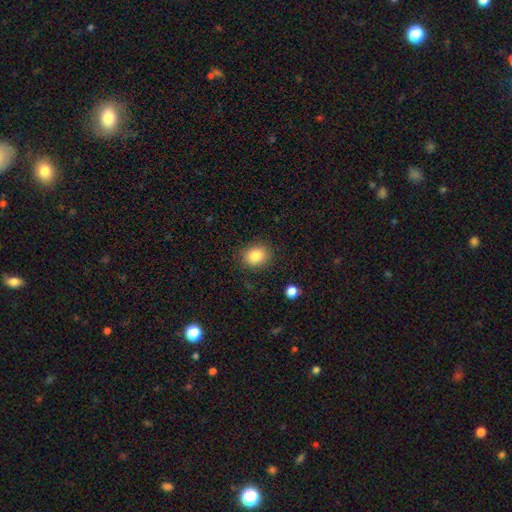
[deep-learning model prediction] A smooth galaxy with no disk features (84%) that is round (66%). Merging: none (85%).